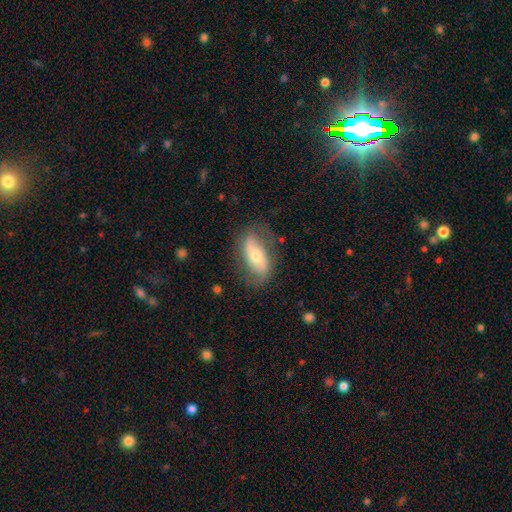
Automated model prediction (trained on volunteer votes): A featured or disk galaxy (59%) with no bar (49%), spiral arms (72%) and a moderate central bulge (49%). Merging: none (71%).